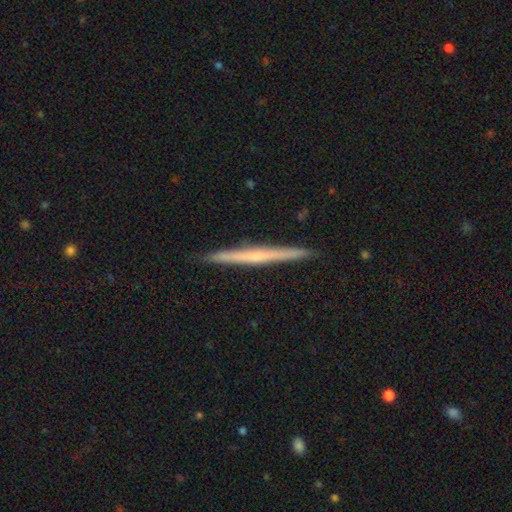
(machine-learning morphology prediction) smooth-or-featured: featured or disk: 63% | smooth: 31% | star or artifact: 6%
  disk-edge-on: yes: 98% | no: 2%
    edge-on-bulge: none: 65% | rounded: 29% | boxy: 6%
  merging: none: 92% | minor disturbance: 6% | major disturbance: 1% | merger: 1%